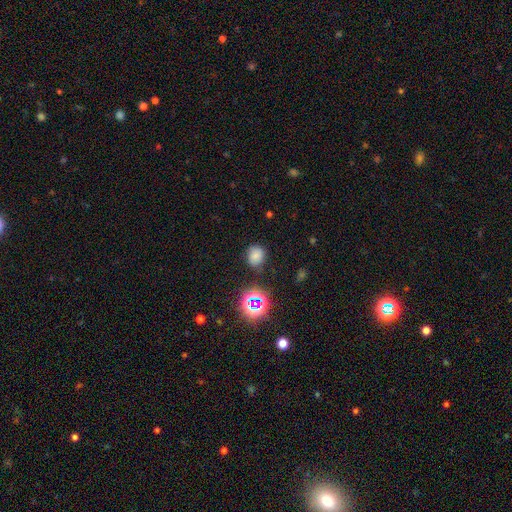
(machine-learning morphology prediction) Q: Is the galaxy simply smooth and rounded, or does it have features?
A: smooth — 71%.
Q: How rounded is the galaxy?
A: round — 68%.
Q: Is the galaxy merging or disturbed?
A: none — 76%.